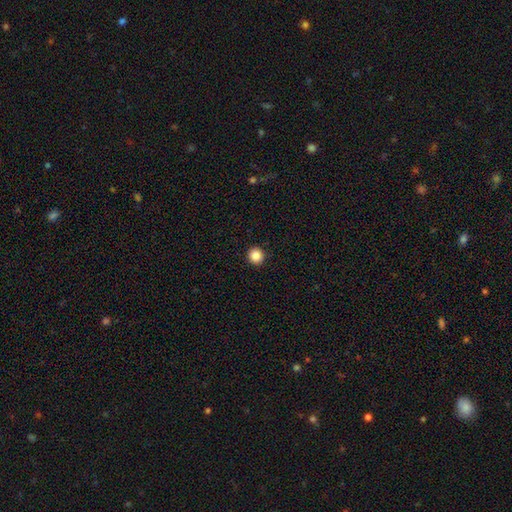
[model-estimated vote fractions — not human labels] Smooth or featured: smooth — 86% (star or artifact — 10%)
How rounded: round — 93% (in between — 6%)
Merging: none — 94% (minor disturbance — 4%)